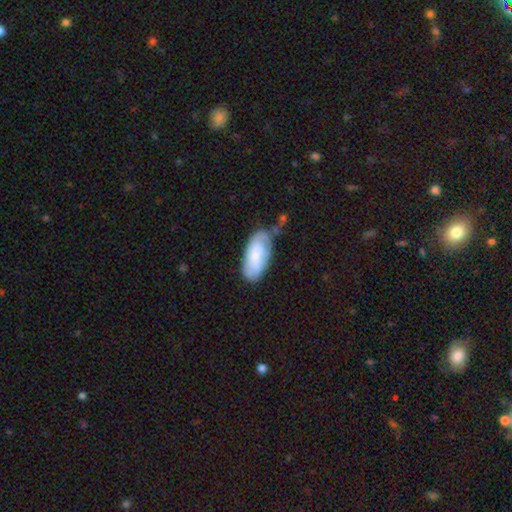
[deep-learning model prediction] smooth_or_featured: smooth (p=0.69) [alt: featured or disk p=0.25]
how_rounded: in between (p=0.91) [alt: cigar-shaped p=0.07]
merging: none (p=0.52) [alt: minor disturbance p=0.32]